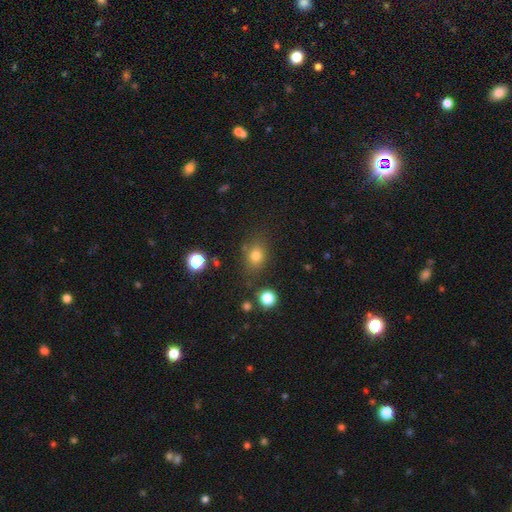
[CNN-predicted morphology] type=smooth (78%); roundness=round (54%); merging=none (77%).